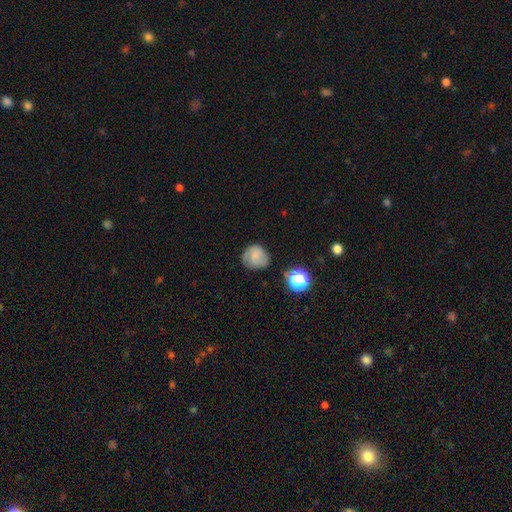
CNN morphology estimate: smooth 70%, featured or disk 18%, star or artifact 12%. Down the decision tree: how rounded — round (80%); merging — none (62%).